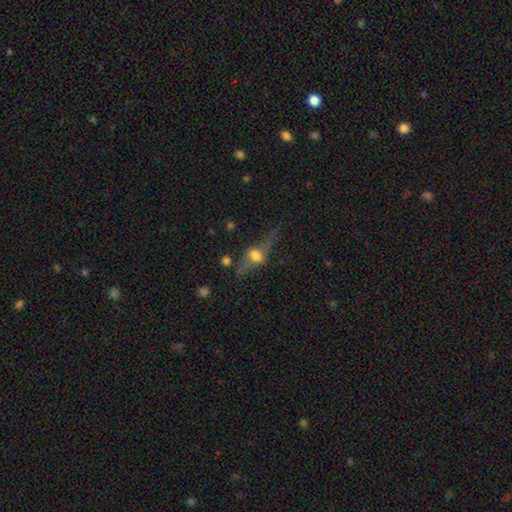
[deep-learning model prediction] Overall: featured or disk (56%; smooth 33%). Edge-on disk: yes (80%). Merging: none (64%).